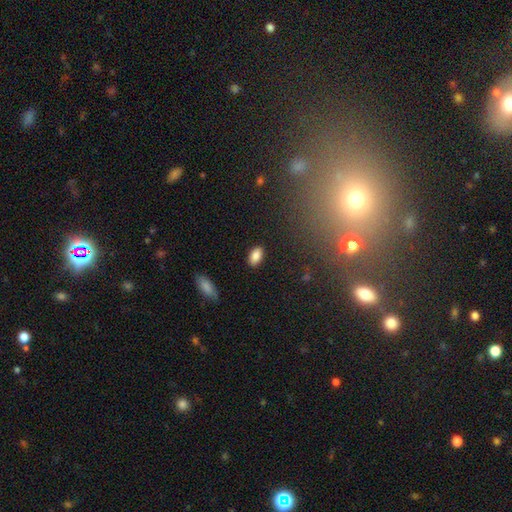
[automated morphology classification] smooth-or-featured: smooth: 86% | star or artifact: 8% | featured or disk: 6%
  how-rounded: in between: 93% | round: 4% | cigar-shaped: 4%
  merging: none: 87% | minor disturbance: 9% | major disturbance: 2% | merger: 1%